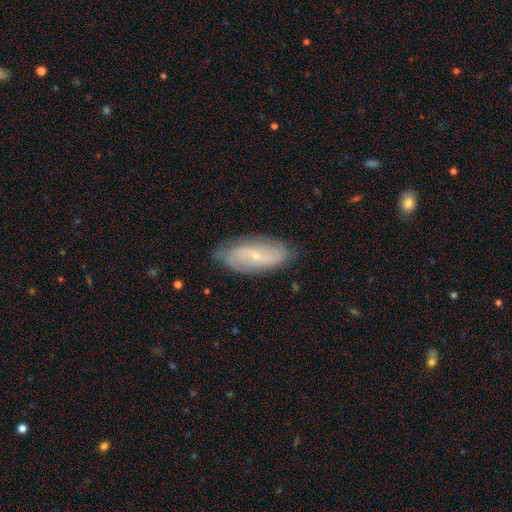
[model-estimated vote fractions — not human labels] A featured or disk galaxy (70%) with no bar (53%), 2 (57%) medium (37%) spiral arms (85%) and a small central bulge (81%). Merging: none (79%).